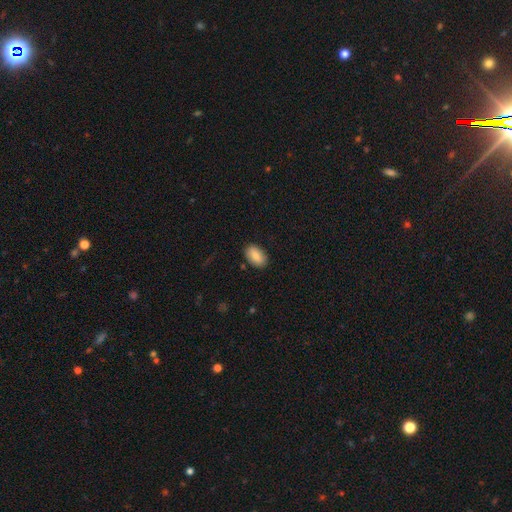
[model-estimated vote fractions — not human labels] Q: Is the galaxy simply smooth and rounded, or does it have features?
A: smooth — 84%.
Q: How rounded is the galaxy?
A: in between — 93%.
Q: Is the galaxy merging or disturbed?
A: none — 87%.